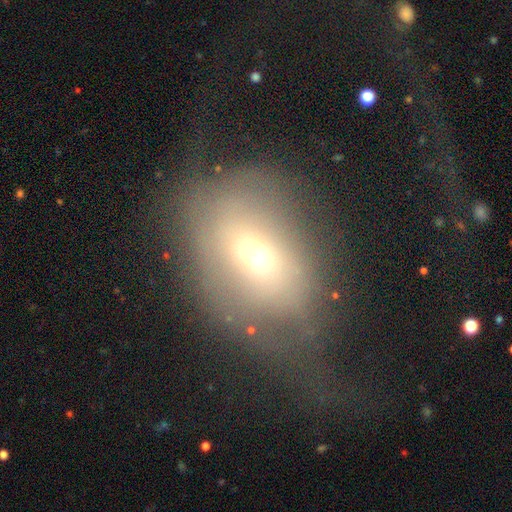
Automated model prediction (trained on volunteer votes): Smooth or featured?
  - smooth: 58% *
  - featured or disk: 28%
  - star or artifact: 14%
How rounded?
  - in between: 62% *
  - round: 36%
  - cigar-shaped: 2%
Merging?
  - major disturbance: 42% *
  - none: 30%
  - minor disturbance: 25%
  - merger: 3%